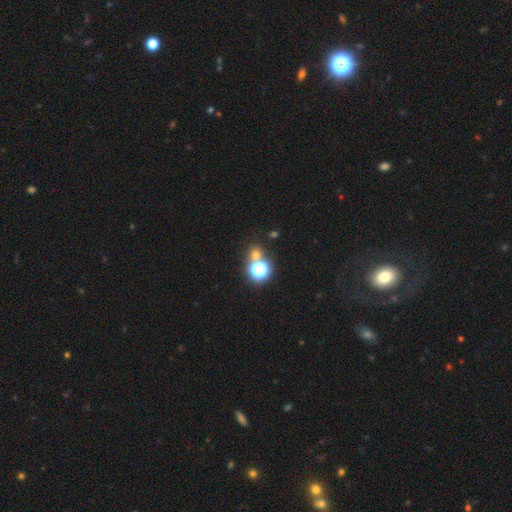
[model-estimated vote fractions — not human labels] A smooth galaxy with no disk features (56%) that is round (85%).

Vote fractions:
- Smooth or featured? smooth: 56% / star or artifact: 38% / featured or disk: 7%
- How rounded? round: 85% / in between: 14% / cigar-shaped: 1%
- Merging? none: 68% / merger: 20% / minor disturbance: 8% / major disturbance: 4%